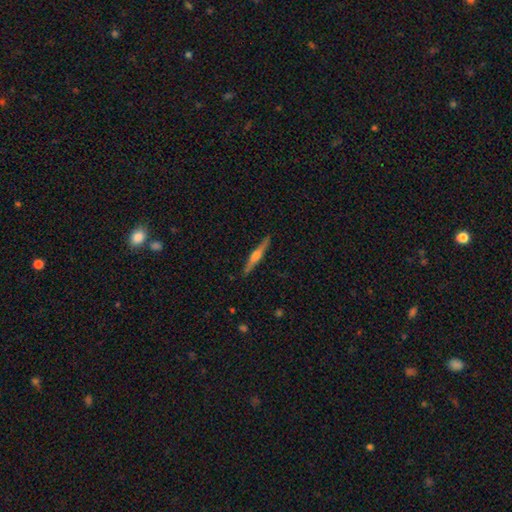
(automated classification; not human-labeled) smooth-or-featured: featured or disk: 71% | smooth: 23% | star or artifact: 6%
  disk-edge-on: yes: 98% | no: 2%
    edge-on-bulge: rounded: 85% | boxy: 10% | none: 5%
  merging: none: 90% | minor disturbance: 7% | major disturbance: 1% | merger: 1%